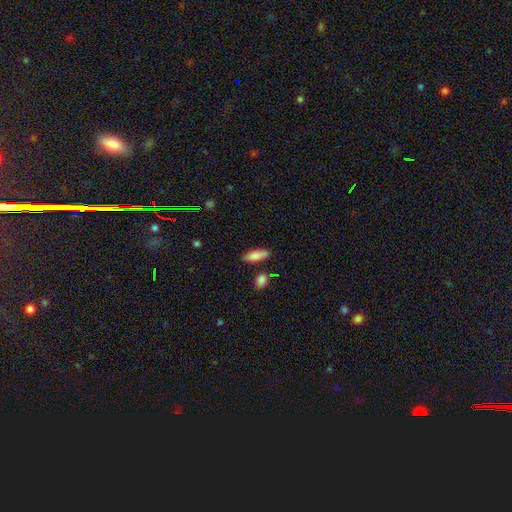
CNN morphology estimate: Smooth or featured? Predicted: smooth (p=0.86). How rounded? Predicted: in between (p=0.64). Merging? Predicted: none (p=0.80).